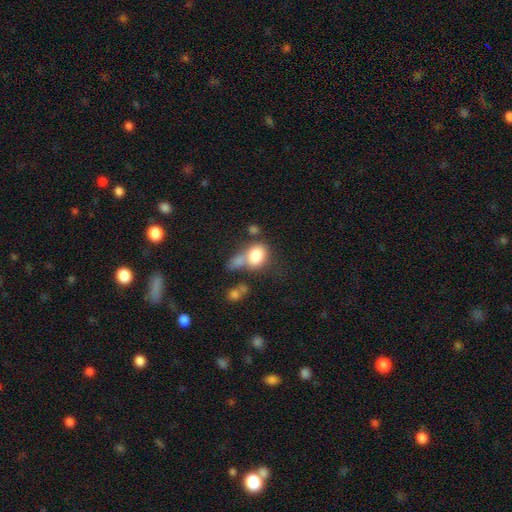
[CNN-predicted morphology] A smooth galaxy with no disk features (78%) that is in between round and cigar-shaped (65%).

Vote fractions:
- Smooth or featured? smooth: 78% / featured or disk: 13% / star or artifact: 9%
- How rounded? in between: 65% / round: 33% / cigar-shaped: 2%
- Merging? merger: 44% / none: 28% / minor disturbance: 15% / major disturbance: 13%